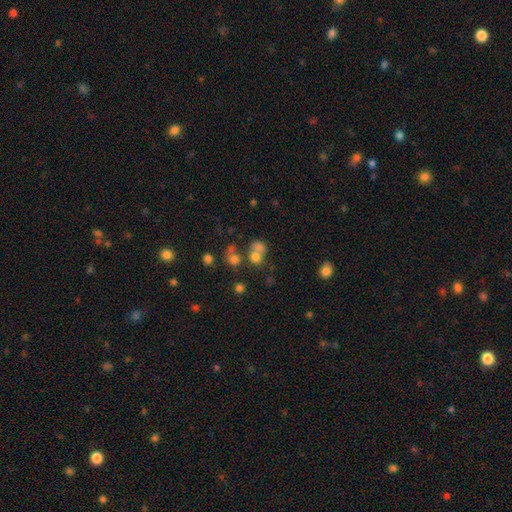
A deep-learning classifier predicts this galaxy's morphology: Smooth or featured? smooth (65%)
How rounded? round (73%)
Merging? merger (46%)